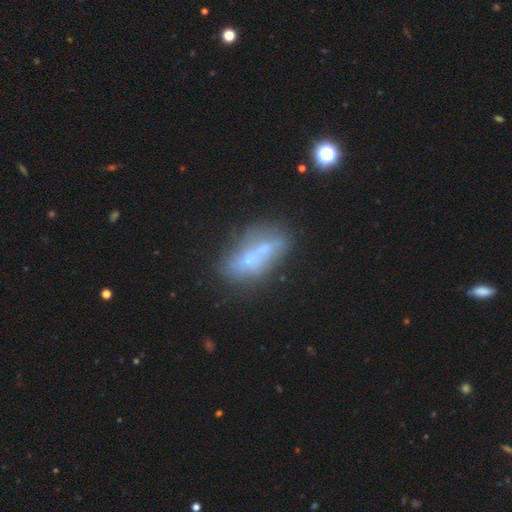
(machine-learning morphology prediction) type=featured or disk (46%); merging=merger (36%).